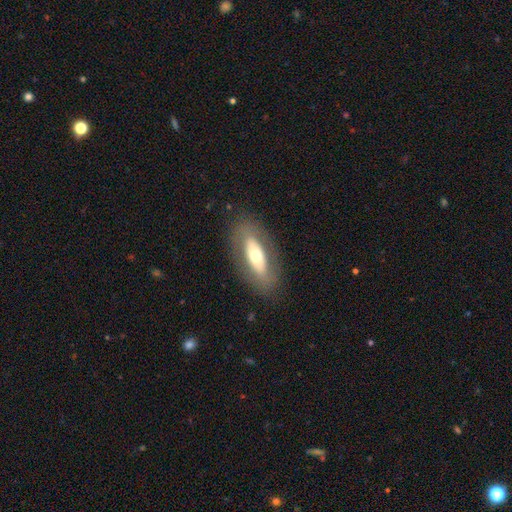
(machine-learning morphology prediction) Smooth or featured?
  - smooth: 51% *
  - featured or disk: 43%
  - star or artifact: 7%
How rounded?
  - in between: 74% *
  - cigar-shaped: 22%
  - round: 3%
Merging?
  - none: 82% *
  - minor disturbance: 11%
  - major disturbance: 6%
  - merger: 1%